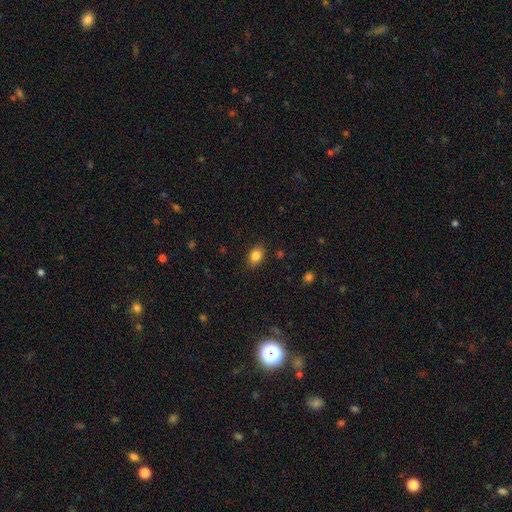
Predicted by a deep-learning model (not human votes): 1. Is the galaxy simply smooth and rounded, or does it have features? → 84% smooth, 9% star or artifact, 7% featured or disk.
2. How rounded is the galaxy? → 76% in between, 23% round, 1% cigar-shaped.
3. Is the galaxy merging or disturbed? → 86% none, 10% minor disturbance, 3% major disturbance, 1% merger.